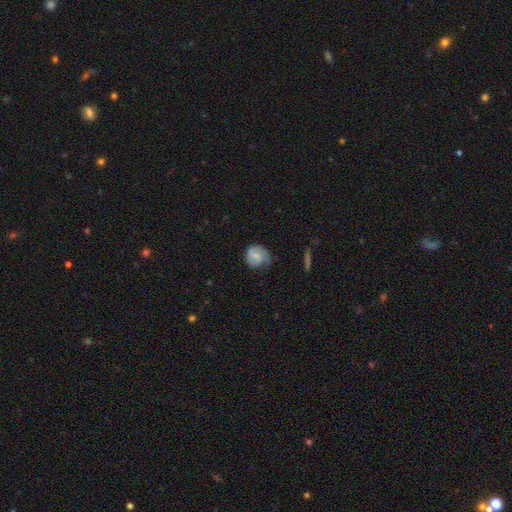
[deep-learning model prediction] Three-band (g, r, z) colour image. It shows a featured or disk galaxy (51%) with no bar (47%), spiral arms (87%) and a small central bulge (46%). Merging: none (59%).